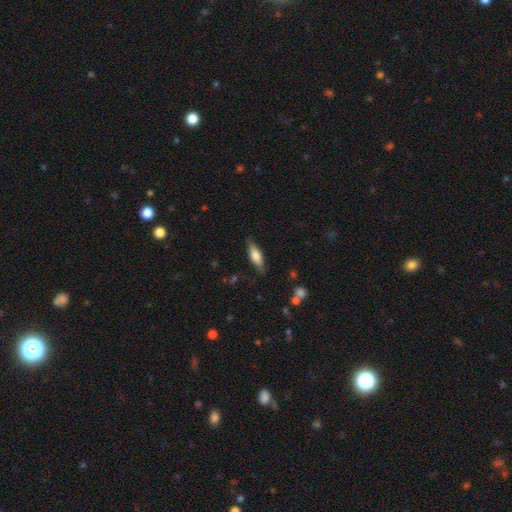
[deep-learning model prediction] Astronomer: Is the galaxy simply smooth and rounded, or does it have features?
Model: smooth — 70%.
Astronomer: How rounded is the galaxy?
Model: in between — 54% (runner-up: cigar-shaped, 44%).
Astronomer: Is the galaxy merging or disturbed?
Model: none — 82%.